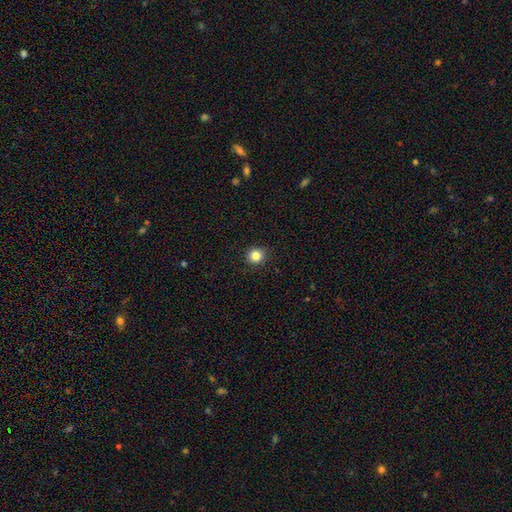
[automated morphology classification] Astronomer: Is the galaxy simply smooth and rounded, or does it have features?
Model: smooth — 84%.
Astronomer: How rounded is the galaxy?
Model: round — 90%.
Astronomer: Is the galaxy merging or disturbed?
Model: none — 92%.